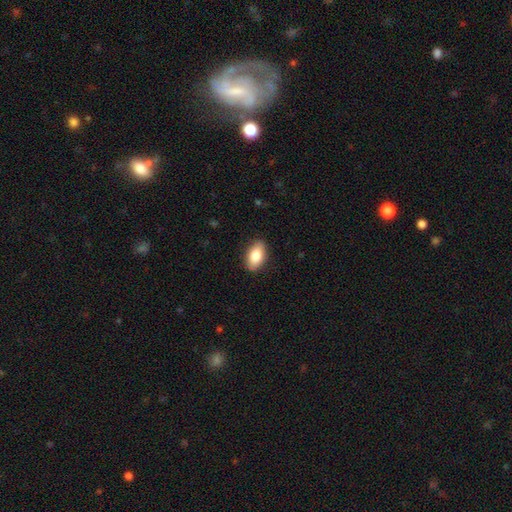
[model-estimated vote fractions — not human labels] Overall: smooth (84%). How rounded: in between (92%). Merging: none (88%).